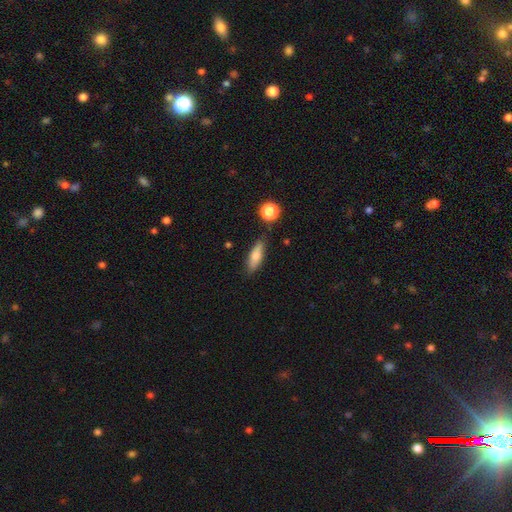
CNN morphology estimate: A smooth galaxy with no disk features (71%) that is in between round and cigar-shaped (49%). Merging: none (79%).